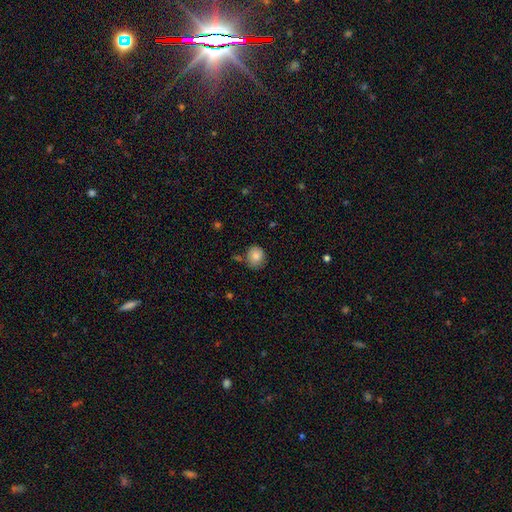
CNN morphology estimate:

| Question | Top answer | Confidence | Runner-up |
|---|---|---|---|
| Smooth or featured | smooth | 81% | featured or disk (10%) |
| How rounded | round | 78% | in between (21%) |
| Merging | none | 74% | minor disturbance (17%) |